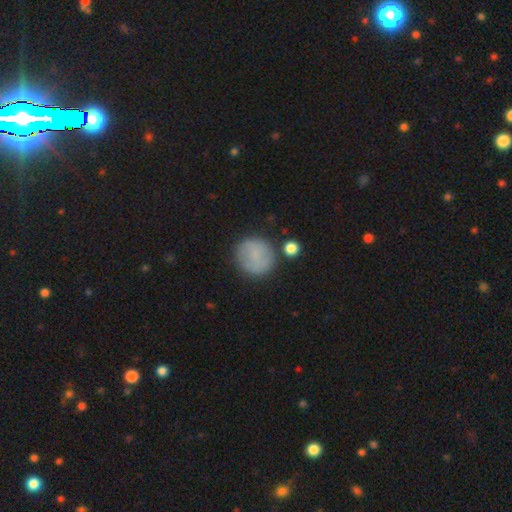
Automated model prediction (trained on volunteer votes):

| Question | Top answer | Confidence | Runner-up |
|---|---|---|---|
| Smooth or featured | smooth | 76% | featured or disk (16%) |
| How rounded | round | 91% | in between (8%) |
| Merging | none | 75% | minor disturbance (15%) |